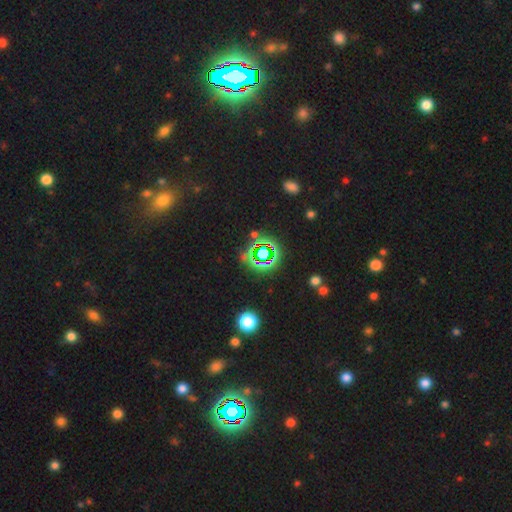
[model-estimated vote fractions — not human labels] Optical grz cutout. It shows a star or artifact, not a galaxy (74%).